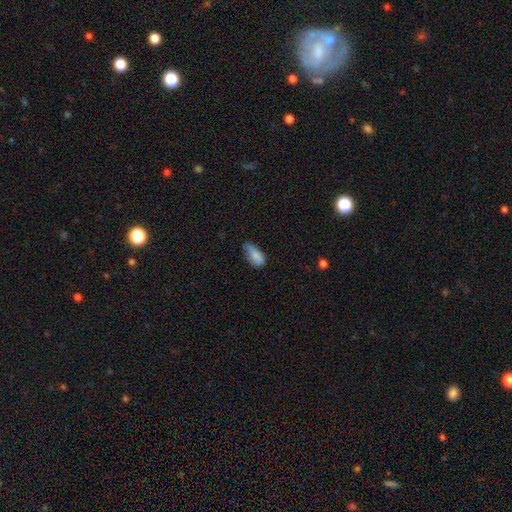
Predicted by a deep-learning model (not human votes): Smooth or featured?
  - smooth: 84% *
  - featured or disk: 8%
  - star or artifact: 8%
How rounded?
  - in between: 89% *
  - cigar-shaped: 8%
  - round: 3%
Merging?
  - none: 44% *
  - minor disturbance: 43%
  - major disturbance: 11%
  - merger: 2%